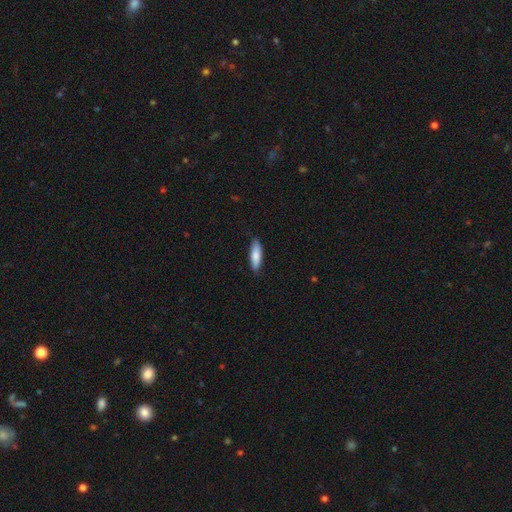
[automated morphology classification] smooth 82%, featured or disk 12%, star or artifact 5%. Down the decision tree: how rounded — cigar-shaped (57%); merging — none (87%).